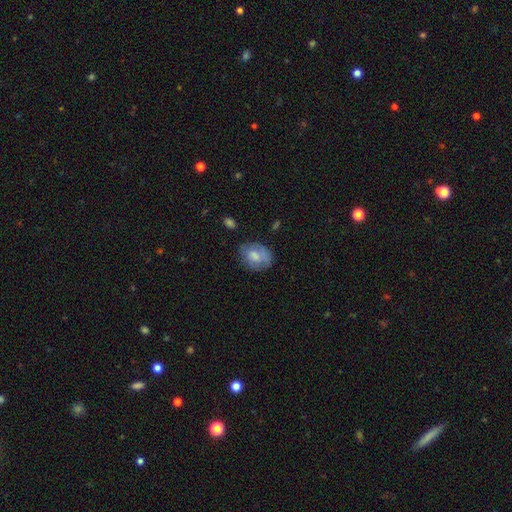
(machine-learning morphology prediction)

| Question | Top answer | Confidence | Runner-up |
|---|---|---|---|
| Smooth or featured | smooth | 63% | featured or disk (30%) |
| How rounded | in between | 64% | round (35%) |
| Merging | none | 61% | minor disturbance (26%) |